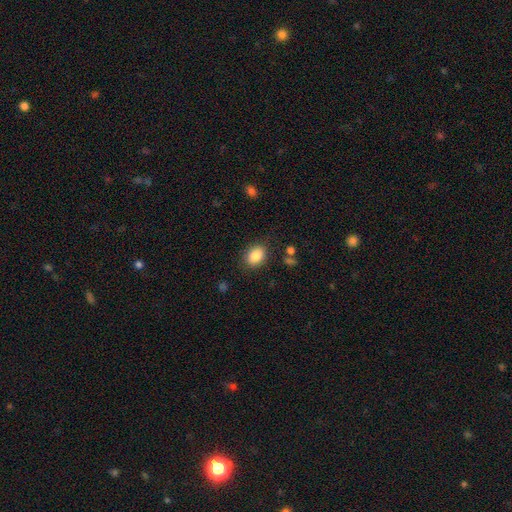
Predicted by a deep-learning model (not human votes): Q: Smooth or featured?
A: smooth (86%); runner-up: star or artifact (8%)
Q: How rounded?
A: in between (70%); runner-up: round (29%)
Q: Merging?
A: none (84%); runner-up: minor disturbance (10%)